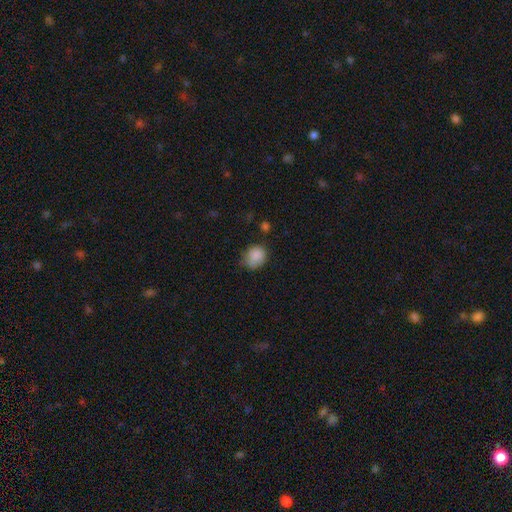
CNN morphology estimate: Smooth or featured? Predicted: smooth (p=0.85). How rounded? Predicted: round (p=0.60). Merging? Predicted: none (p=0.57).